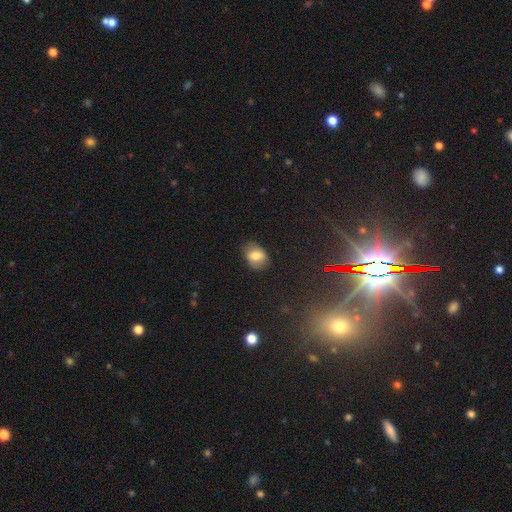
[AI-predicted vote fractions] Overall: smooth (72%). How rounded: in between (71%). Merging: none (75%).